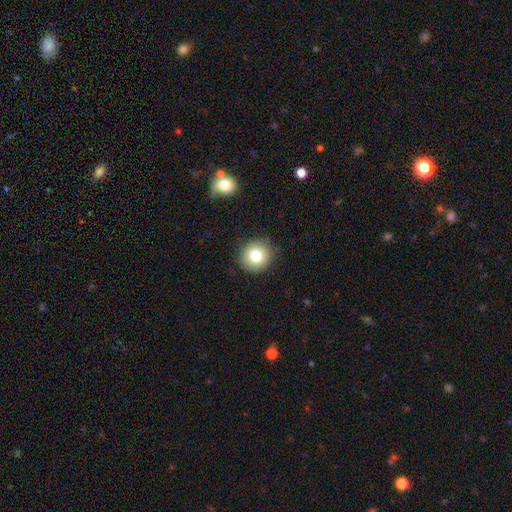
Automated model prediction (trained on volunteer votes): smooth-or-featured: smooth: 80% | featured or disk: 10% | star or artifact: 10%
  how-rounded: round: 90% | in between: 9% | cigar-shaped: 1%
  merging: none: 88% | minor disturbance: 8% | major disturbance: 2% | merger: 1%